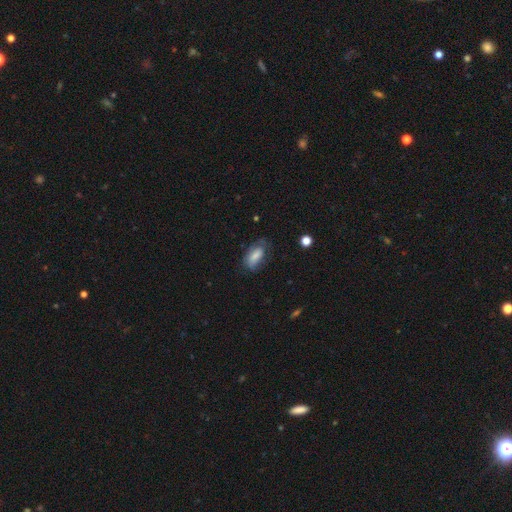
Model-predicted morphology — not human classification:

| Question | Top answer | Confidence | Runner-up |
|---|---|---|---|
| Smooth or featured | smooth | 67% | featured or disk (25%) |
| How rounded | in between | 88% | cigar-shaped (8%) |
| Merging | none | 54% | minor disturbance (30%) |